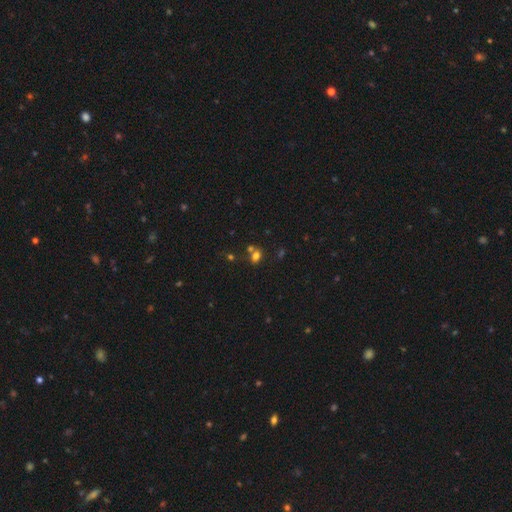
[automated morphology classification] smooth_or_featured: smooth (p=0.71) [alt: star or artifact p=0.20]
how_rounded: in between (p=0.59) [alt: round p=0.39]
merging: none (p=0.54) [alt: merger p=0.31]